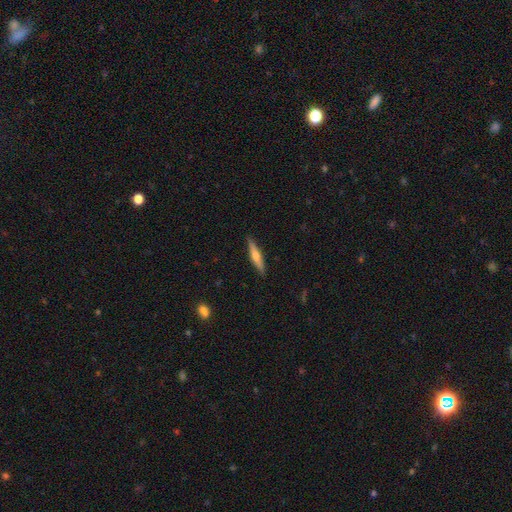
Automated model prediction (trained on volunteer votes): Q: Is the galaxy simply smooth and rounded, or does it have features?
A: featured or disk — 51%.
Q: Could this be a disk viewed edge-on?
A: yes — 95%.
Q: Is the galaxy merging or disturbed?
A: none — 89%.